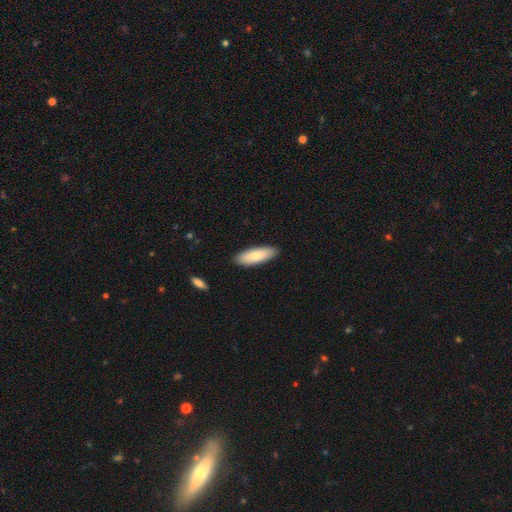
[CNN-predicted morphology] Smooth or featured? smooth (78%)
How rounded? in between (59%)
Merging? none (90%)